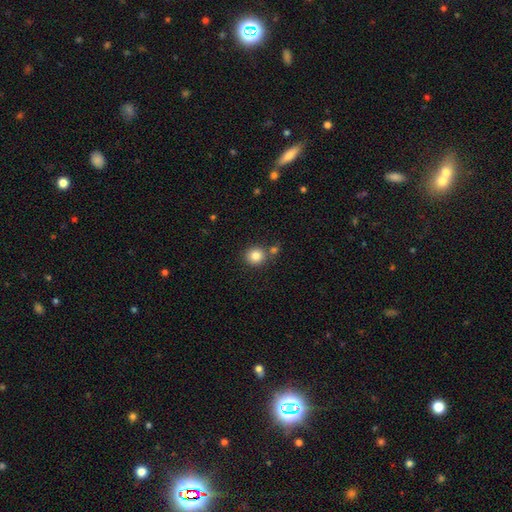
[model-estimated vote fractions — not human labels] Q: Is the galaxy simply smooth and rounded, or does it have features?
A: smooth — 84%.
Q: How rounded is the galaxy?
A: round — 89%.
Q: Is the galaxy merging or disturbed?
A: none — 71%.